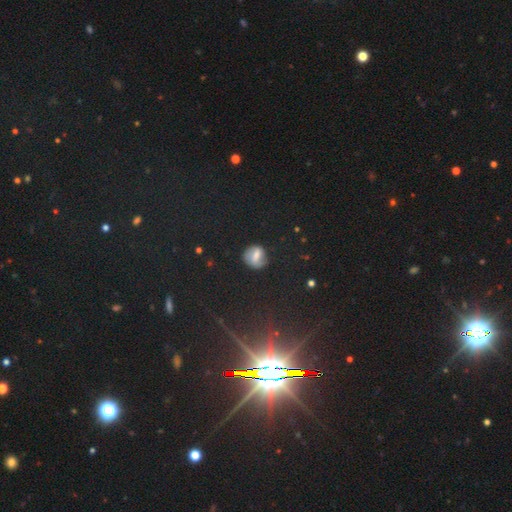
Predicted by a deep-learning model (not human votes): Smooth or featured?
  - smooth: 53% *
  - star or artifact: 24%
  - featured or disk: 23%
How rounded?
  - round: 66% *
  - in between: 31%
  - cigar-shaped: 3%
Merging?
  - none: 73% *
  - minor disturbance: 18%
  - major disturbance: 7%
  - merger: 3%